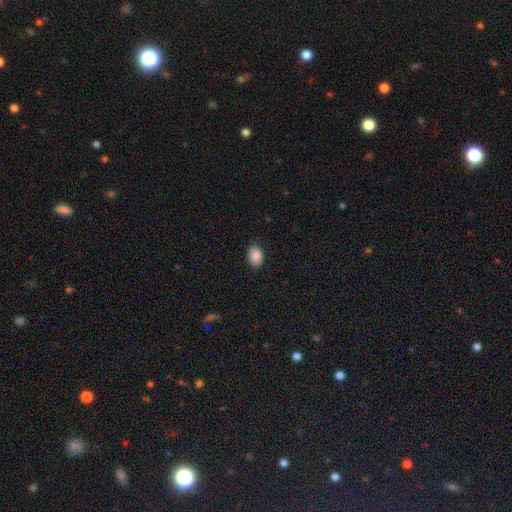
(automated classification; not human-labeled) Overall: smooth (89%). How rounded: in between (81%). Merging: none (86%).